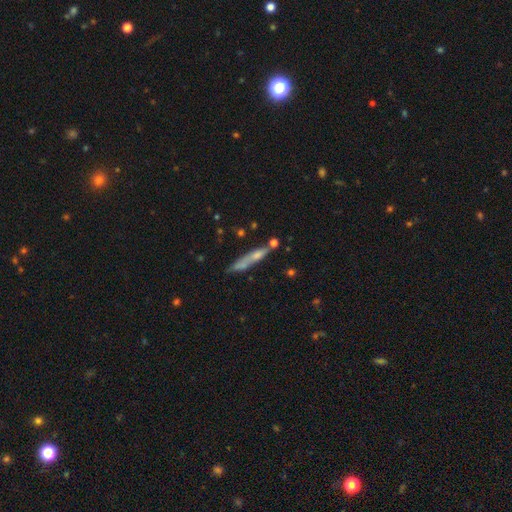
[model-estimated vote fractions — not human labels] Smooth or featured: smooth — 57% (featured or disk — 35%)
How rounded: cigar-shaped — 87% (in between — 11%)
Merging: none — 52% (minor disturbance — 21%)